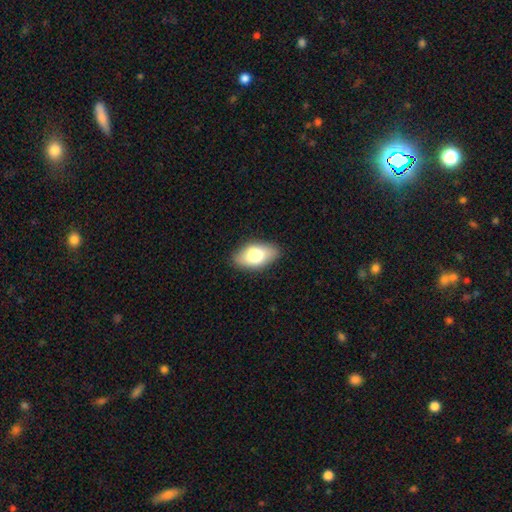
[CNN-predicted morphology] The model was most divided on "smooth or featured": smooth: 74%, featured or disk: 19%, star or artifact: 7%. More confident: how rounded — in between (92%); merging — none (86%).